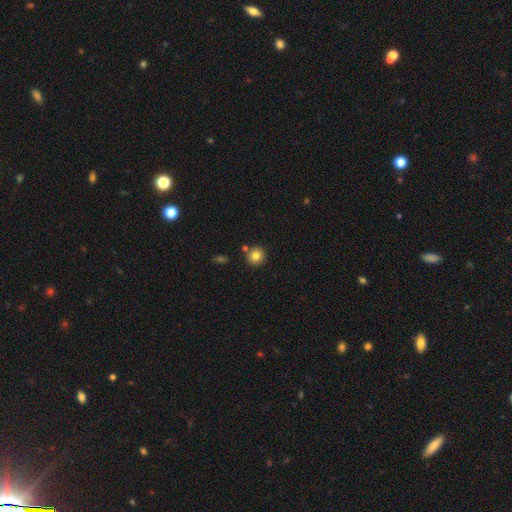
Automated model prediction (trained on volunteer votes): Q: Smooth or featured?
A: smooth (81%); runner-up: star or artifact (11%)
Q: How rounded?
A: round (93%); runner-up: in between (6%)
Q: Merging?
A: none (81%); runner-up: merger (9%)